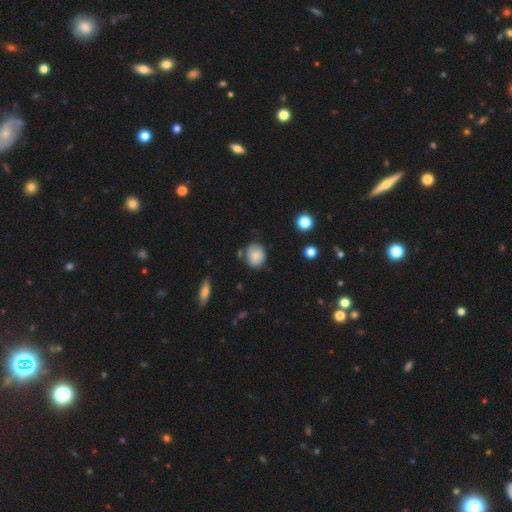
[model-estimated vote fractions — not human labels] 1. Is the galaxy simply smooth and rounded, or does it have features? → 82% smooth, 9% featured or disk, 8% star or artifact.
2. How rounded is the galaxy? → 67% round, 31% in between, 1% cigar-shaped.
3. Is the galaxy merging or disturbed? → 67% none, 22% minor disturbance, 6% merger, 5% major disturbance.